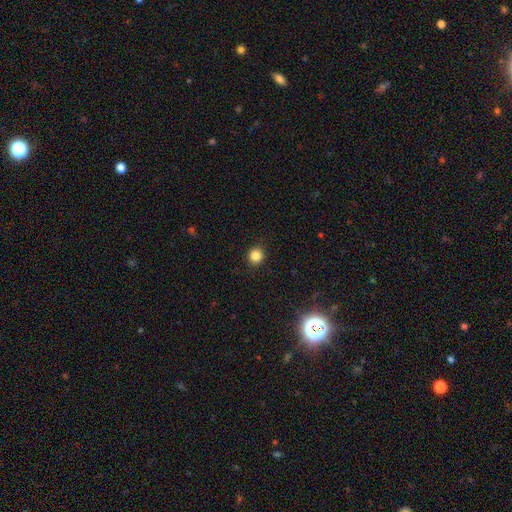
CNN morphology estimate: A smooth galaxy with no disk features (84%) that is round (90%). Merging: none (91%).